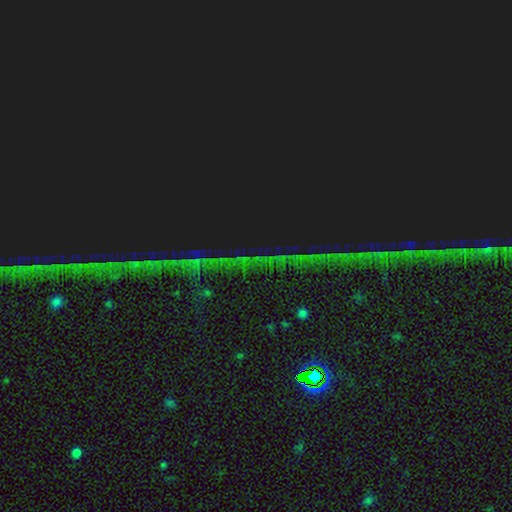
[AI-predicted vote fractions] A star or artifact, not a galaxy (86%).

Vote fractions:
- Smooth or featured? star or artifact: 86% / smooth: 7% / featured or disk: 7%